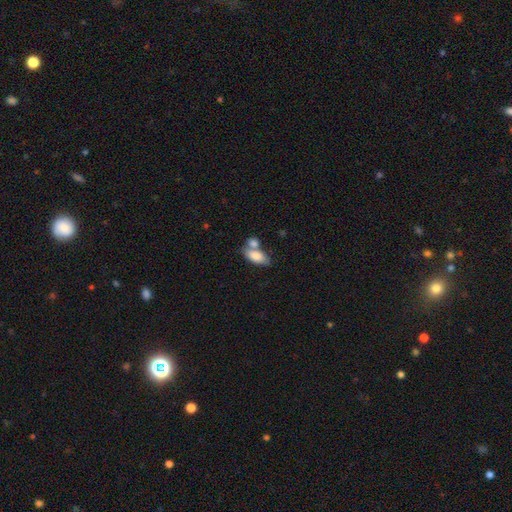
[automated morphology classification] Overall: smooth (81%). How rounded: in between (90%). Merging: merger (44%; none 39%).